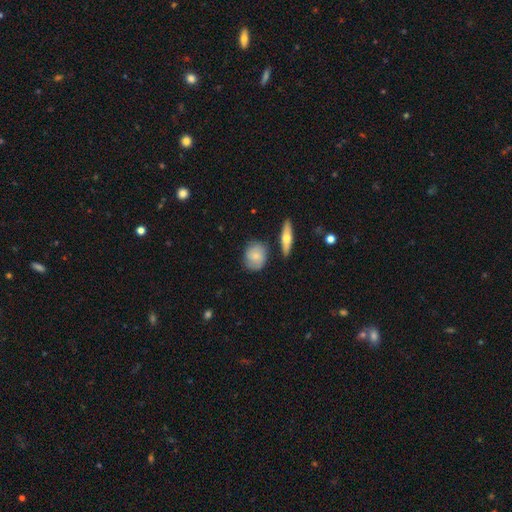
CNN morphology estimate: Smooth or featured?
  - smooth: 67% *
  - featured or disk: 27%
  - star or artifact: 6%
How rounded?
  - round: 67% *
  - in between: 30%
  - cigar-shaped: 3%
Merging?
  - none: 74% *
  - minor disturbance: 17%
  - merger: 5%
  - major disturbance: 4%